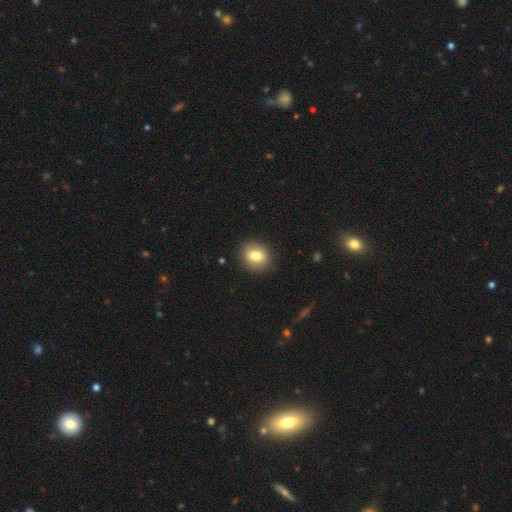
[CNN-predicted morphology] type=smooth (79%); roundness=round (72%); merging=none (88%).